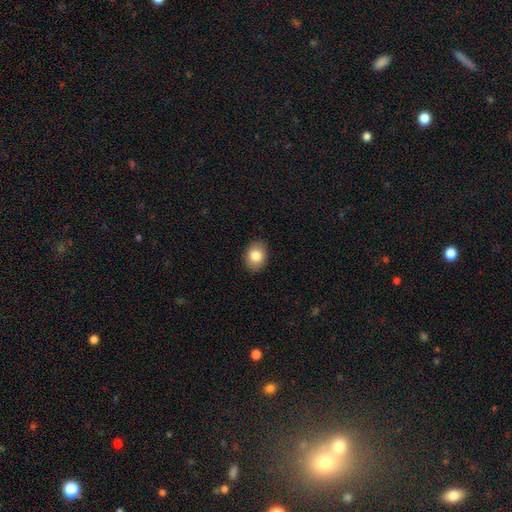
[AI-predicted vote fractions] This is clearly a smooth galaxy (83%). How rounded: likely in between (65%). Merging: clearly none (89%).